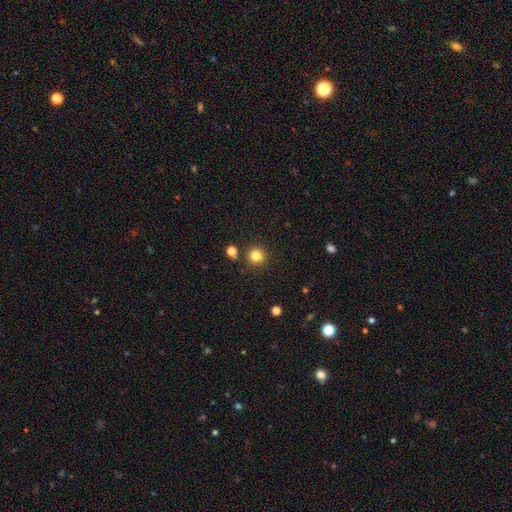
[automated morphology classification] This is clearly a smooth galaxy (80%). How rounded: clearly round (93%). Merging: clearly none (85%).